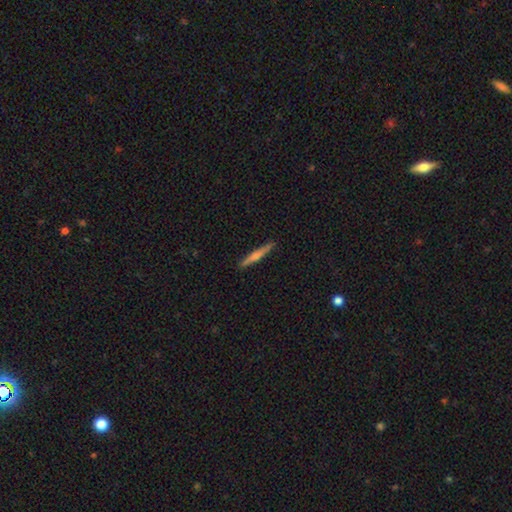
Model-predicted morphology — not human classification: featured or disk 51%, smooth 43%, star or artifact 6%. Down the decision tree: edge-on disk — yes (97%); merging — none (91%).